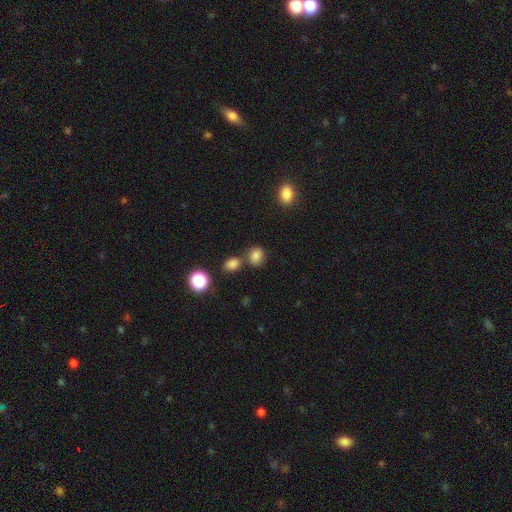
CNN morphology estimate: A smooth galaxy with no disk features (81%) that is round (53%).

Vote fractions:
- Smooth or featured? smooth: 81% / star or artifact: 13% / featured or disk: 6%
- How rounded? round: 53% / in between: 46% / cigar-shaped: 1%
- Merging? none: 64% / merger: 19% / minor disturbance: 12% / major disturbance: 4%